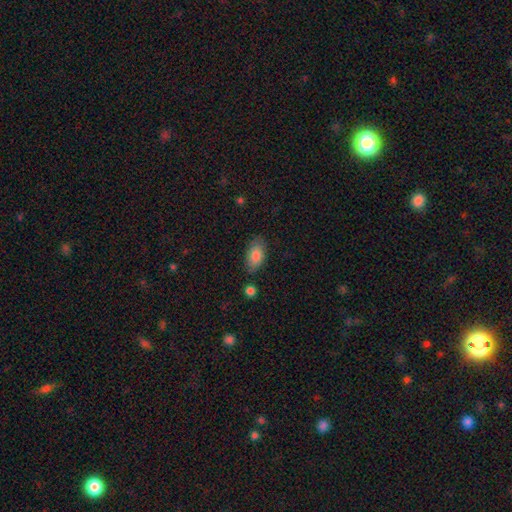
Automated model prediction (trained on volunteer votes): This is clearly a smooth galaxy (82%). How rounded: clearly in between (92%). Merging: likely none (77%).